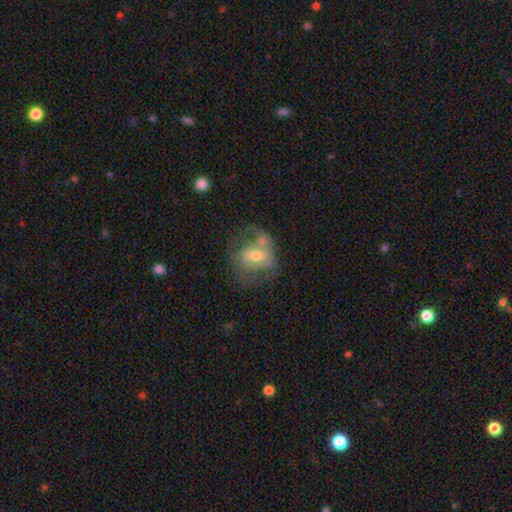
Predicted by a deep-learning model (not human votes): Overall: featured or disk (61%; smooth 31%). Edge-on disk: no (96%). Bar: weak (42%, tied with no). Spiral arms: yes (64%; no 36%). Bulge size: moderate (66%; small 26%). Merging: none (41%; major disturbance 26%).